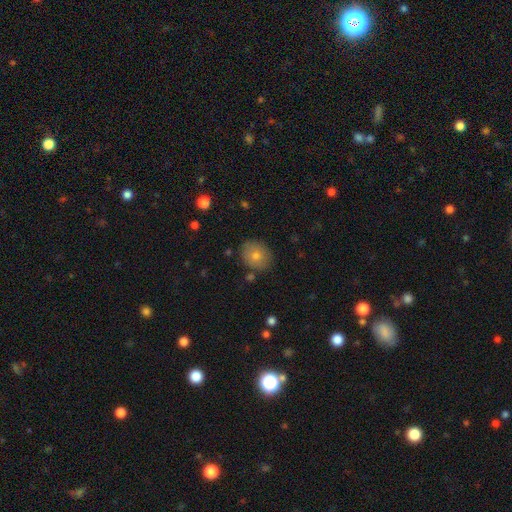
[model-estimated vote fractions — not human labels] Smooth or featured? smooth (73%)
How rounded? round (65%)
Merging? none (84%)